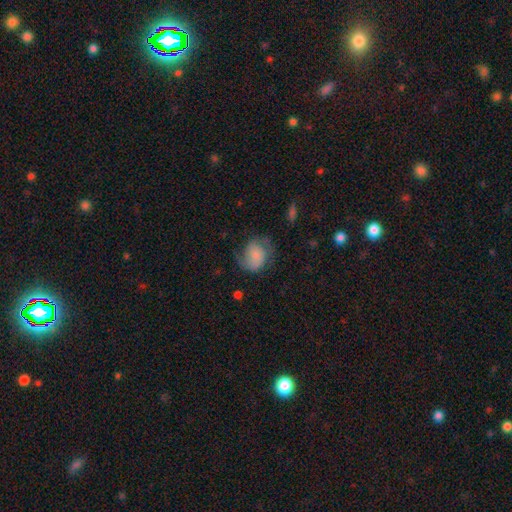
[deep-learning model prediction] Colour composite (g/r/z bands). It shows a featured or disk galaxy (49%). Merging: none (59%).